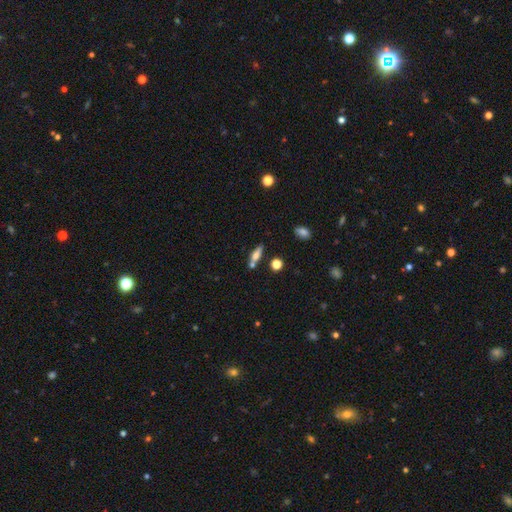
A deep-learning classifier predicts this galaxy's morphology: A smooth galaxy with no disk features (58%) that is cigar-shaped (55%).

Vote fractions:
- Smooth or featured? smooth: 58% / featured or disk: 32% / star or artifact: 10%
- How rounded? cigar-shaped: 55% / in between: 40% / round: 5%
- Merging? none: 66% / merger: 17% / minor disturbance: 13% / major disturbance: 4%